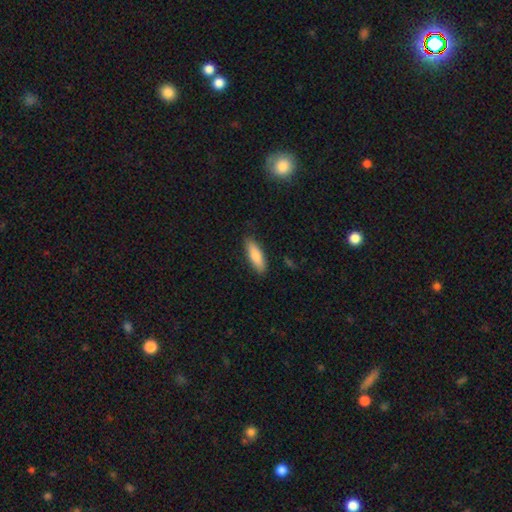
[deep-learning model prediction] Smooth or featured? Predicted: smooth (p=0.83). How rounded? Predicted: cigar-shaped (p=0.53). Merging? Predicted: none (p=0.87).